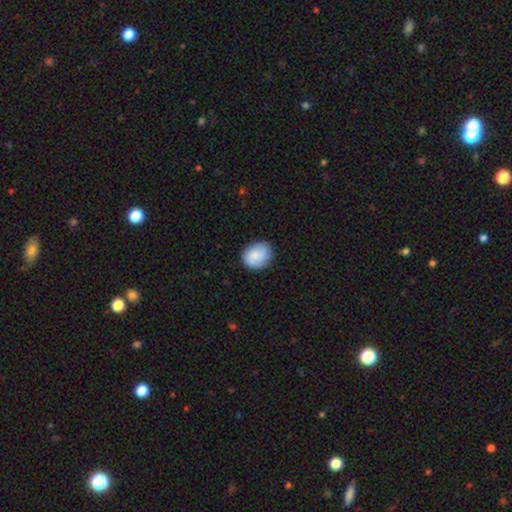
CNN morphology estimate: Overall: smooth (77%). How rounded: round (58%; in between 41%). Merging: none (84%).